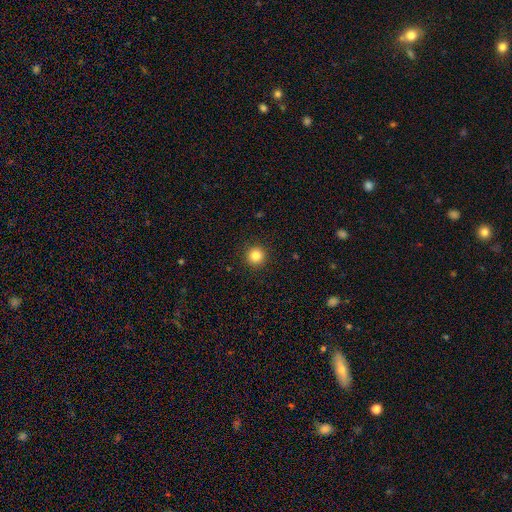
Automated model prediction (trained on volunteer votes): A smooth galaxy with no disk features (84%) that is round (95%).

Vote fractions:
- Smooth or featured? smooth: 84% / star or artifact: 12% / featured or disk: 5%
- How rounded? round: 95% / in between: 4% / cigar-shaped: 1%
- Merging? none: 93% / minor disturbance: 5% / major disturbance: 2% / merger: 1%